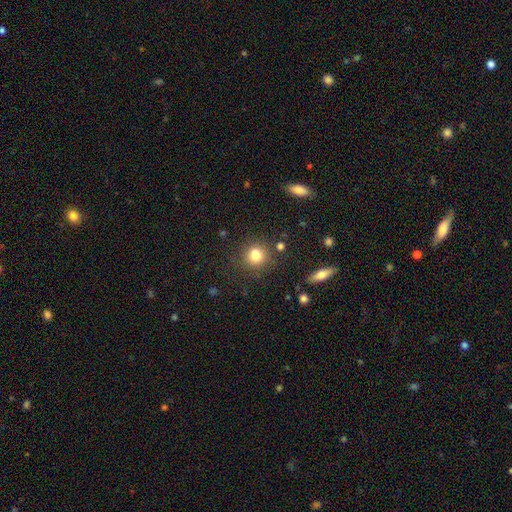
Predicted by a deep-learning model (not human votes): Smooth or featured: smooth — 82% (star or artifact — 11%)
How rounded: round — 83% (in between — 16%)
Merging: none — 80% (minor disturbance — 11%)